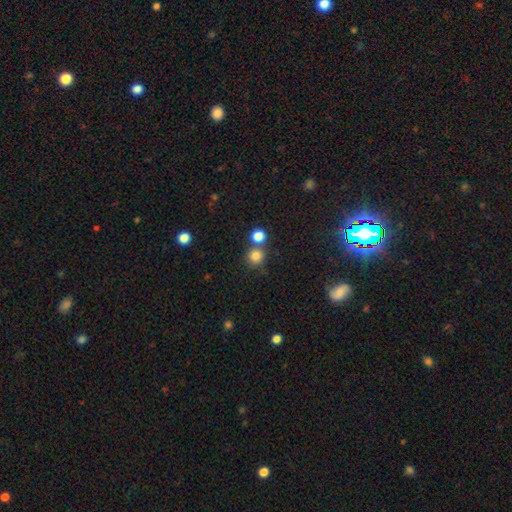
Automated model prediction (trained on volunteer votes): Smooth or featured? Predicted: smooth (p=0.81). How rounded? Predicted: round (p=0.92). Merging? Predicted: none (p=0.68).